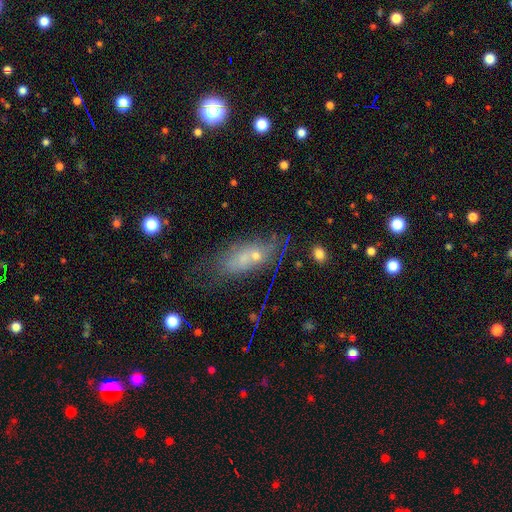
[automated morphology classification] Smooth or featured: smooth — 48% (featured or disk — 35%)
Merging: none — 46% (minor disturbance — 21%)